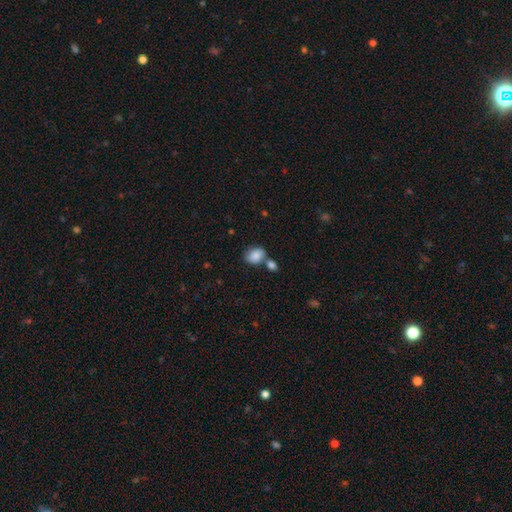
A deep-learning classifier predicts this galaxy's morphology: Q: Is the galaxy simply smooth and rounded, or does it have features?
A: smooth — 86%.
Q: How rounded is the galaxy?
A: in between — 69%.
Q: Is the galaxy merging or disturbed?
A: none — 52%.